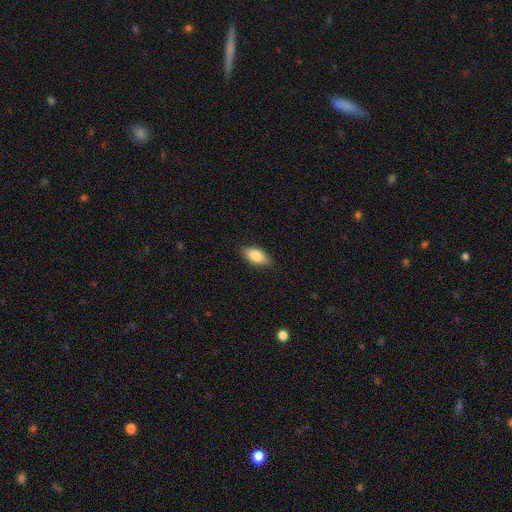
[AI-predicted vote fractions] Morphology: type=smooth (85%); roundness=in between (90%); merging=none (85%).